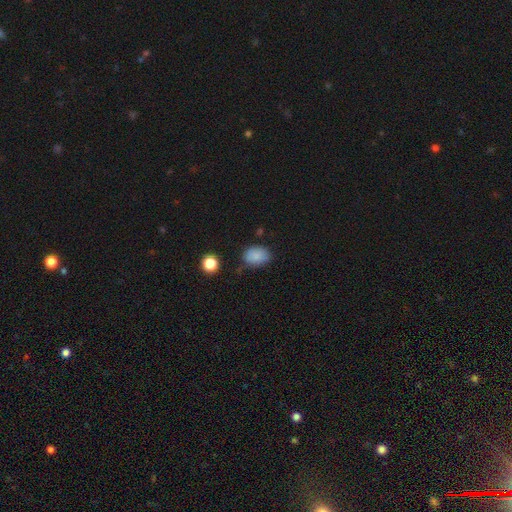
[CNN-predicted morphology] type=smooth (85%); roundness=in between (72%); merging=none (70%).